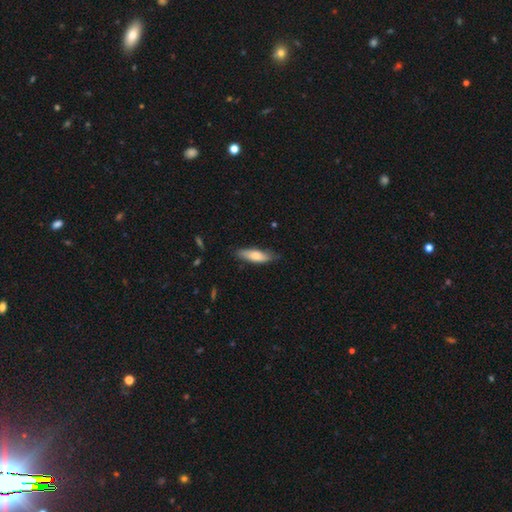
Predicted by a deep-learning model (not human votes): Q: Smooth or featured?
A: smooth (77%); runner-up: featured or disk (18%)
Q: How rounded?
A: cigar-shaped (52%); runner-up: in between (46%)
Q: Merging?
A: none (77%); runner-up: minor disturbance (19%)